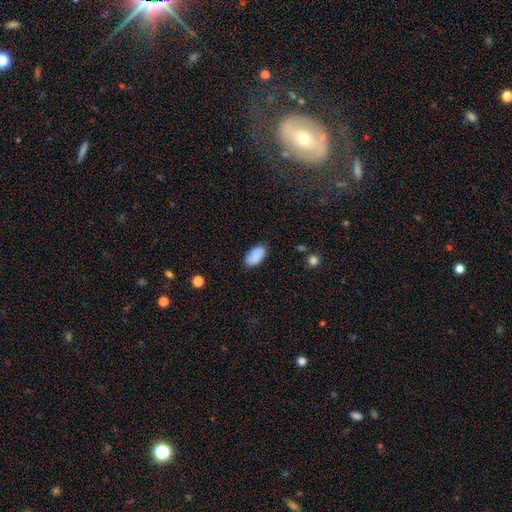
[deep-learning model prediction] Q: Smooth or featured?
A: smooth (89%); runner-up: star or artifact (7%)
Q: How rounded?
A: in between (95%); runner-up: round (4%)
Q: Merging?
A: none (85%); runner-up: minor disturbance (11%)